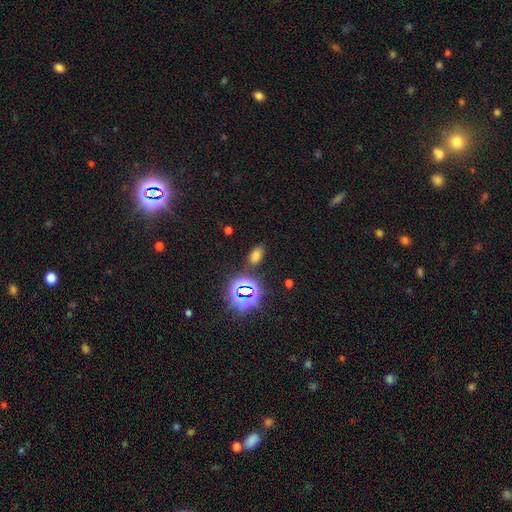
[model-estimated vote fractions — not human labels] This is likely a smooth galaxy (63%). How rounded: clearly in between (86%). Merging: clearly none (83%).